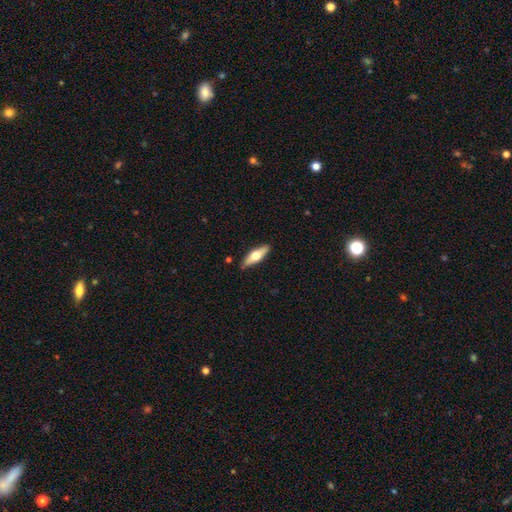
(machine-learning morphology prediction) A smooth galaxy with no disk features (51%) that is in between round and cigar-shaped (49%).

Vote fractions:
- Smooth or featured? smooth: 51% / featured or disk: 44% / star or artifact: 5%
- How rounded? in between: 49% / cigar-shaped: 48% / round: 2%
- Merging? none: 87% / minor disturbance: 10% / major disturbance: 2% / merger: 1%